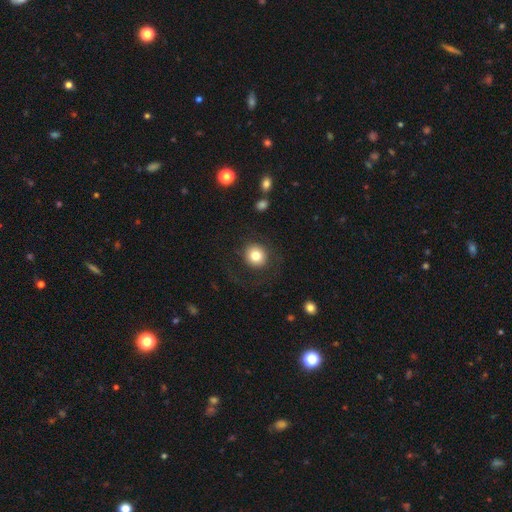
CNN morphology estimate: Q: Smooth or featured?
A: smooth (79%); runner-up: featured or disk (11%)
Q: How rounded?
A: round (90%); runner-up: in between (9%)
Q: Merging?
A: none (80%); runner-up: minor disturbance (9%)